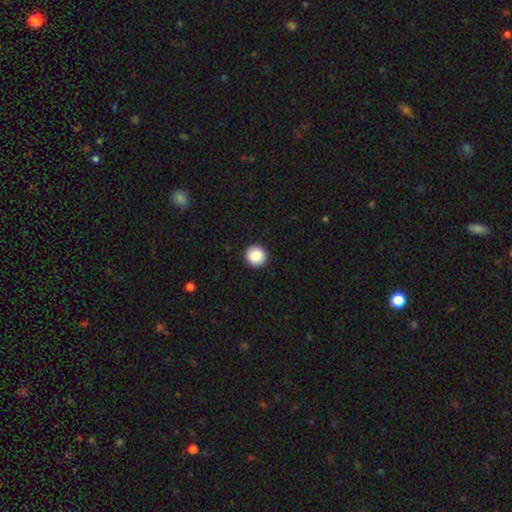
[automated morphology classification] The model was most divided on "smooth or featured": smooth: 88%, star or artifact: 8%, featured or disk: 4%. More confident: how rounded — round (95%); merging — none (94%).